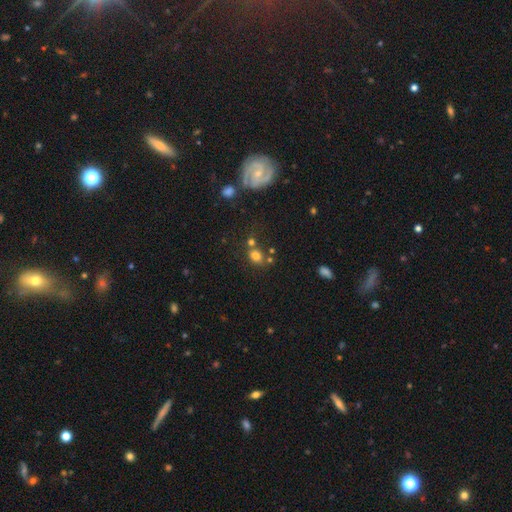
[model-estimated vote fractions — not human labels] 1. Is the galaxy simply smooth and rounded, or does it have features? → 75% smooth, 16% star or artifact, 8% featured or disk.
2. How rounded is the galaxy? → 61% round, 37% in between, 1% cigar-shaped.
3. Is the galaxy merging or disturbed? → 60% none, 22% merger, 13% minor disturbance, 6% major disturbance.